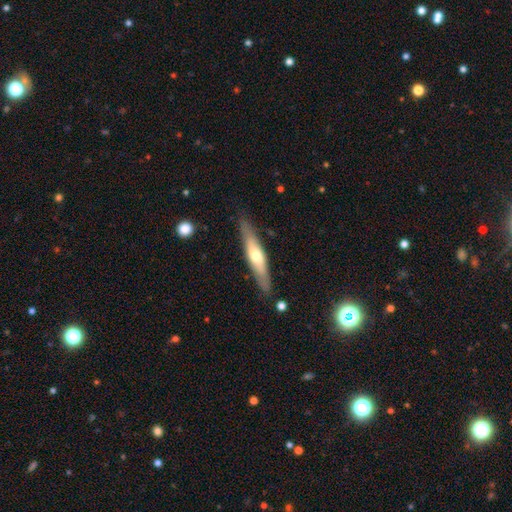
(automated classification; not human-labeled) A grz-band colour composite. It shows a featured or disk galaxy (49%). Merging: none (85%).